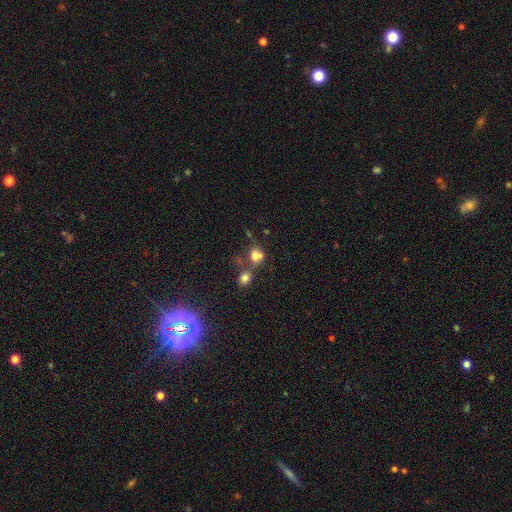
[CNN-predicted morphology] smooth_or_featured: smooth (p=0.72) [alt: star or artifact p=0.15]
how_rounded: round (p=0.62) [alt: in between p=0.36]
merging: merger (p=0.44) [alt: none p=0.36]